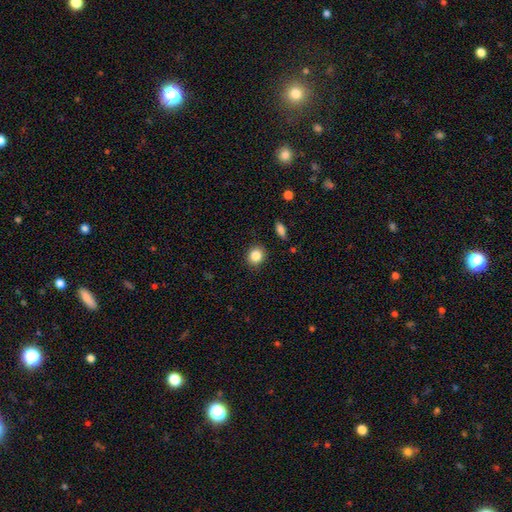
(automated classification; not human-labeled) smooth-or-featured: smooth: 86% | star or artifact: 9% | featured or disk: 5%
  how-rounded: round: 76% | in between: 23% | cigar-shaped: 1%
  merging: none: 88% | minor disturbance: 8% | major disturbance: 2% | merger: 2%